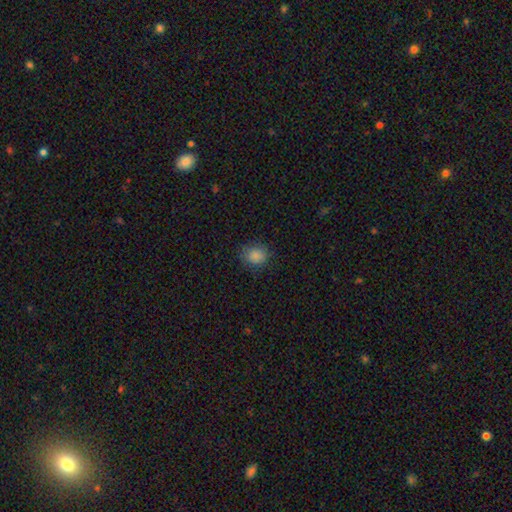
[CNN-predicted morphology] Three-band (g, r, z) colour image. It shows a smooth galaxy with no disk features (86%) that is round (66%). Merging: none (81%).